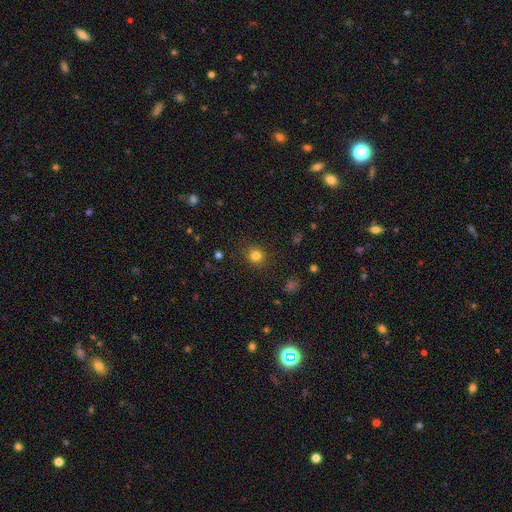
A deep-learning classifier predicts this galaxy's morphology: This appears to be a smooth galaxy with no disk features (81%) that is round (86%). Merging: none (89%).